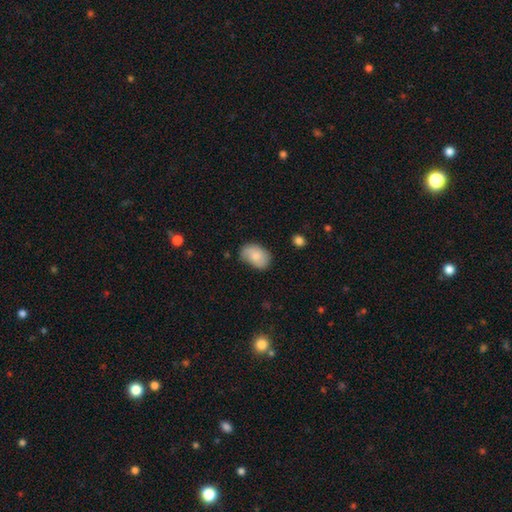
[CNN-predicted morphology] This appears to be a smooth galaxy with no disk features (73%) that is in between round and cigar-shaped (83%). Merging: none (59%).